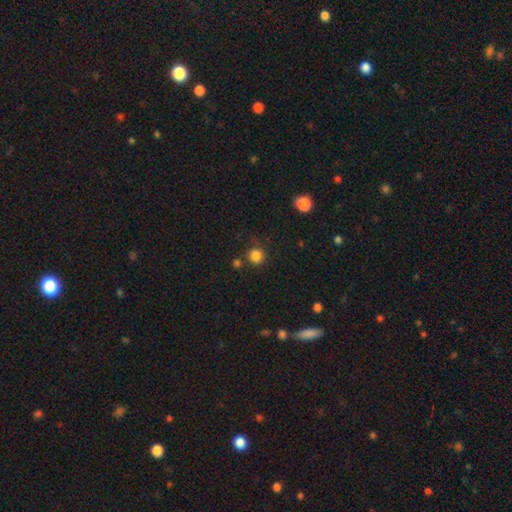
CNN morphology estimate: A smooth galaxy with no disk features (83%) that is round (93%).

Vote fractions:
- Smooth or featured? smooth: 83% / star or artifact: 13% / featured or disk: 4%
- How rounded? round: 93% / in between: 6% / cigar-shaped: 1%
- Merging? none: 78% / minor disturbance: 11% / merger: 7% / major disturbance: 4%